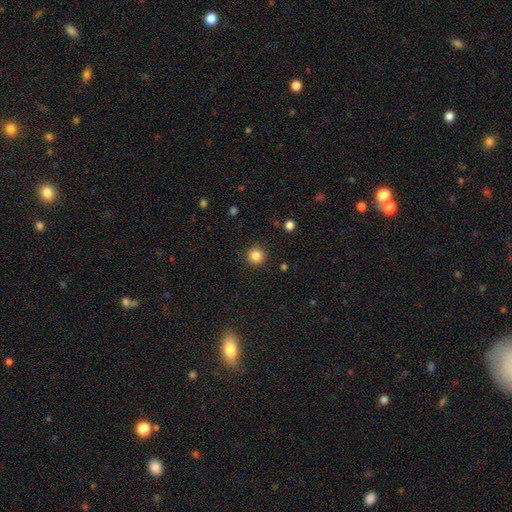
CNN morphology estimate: smooth 84%, star or artifact 11%, featured or disk 4%. Down the decision tree: how rounded — round (95%); merging — none (91%).